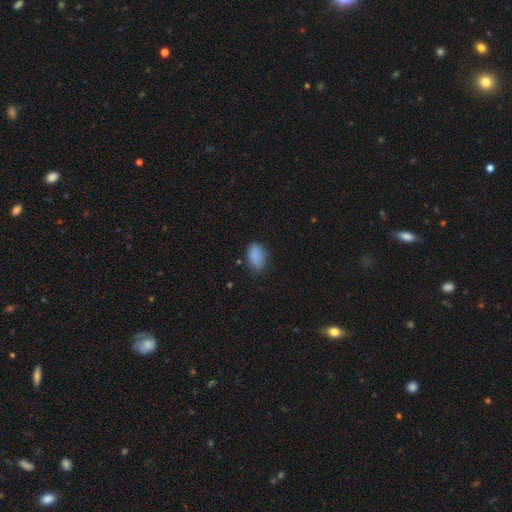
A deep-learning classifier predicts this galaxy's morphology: A smooth galaxy with no disk features (86%) that is in between round and cigar-shaped (89%).

Vote fractions:
- Smooth or featured? smooth: 86% / star or artifact: 9% / featured or disk: 5%
- How rounded? in between: 89% / round: 10% / cigar-shaped: 2%
- Merging? none: 71% / minor disturbance: 22% / major disturbance: 5% / merger: 2%